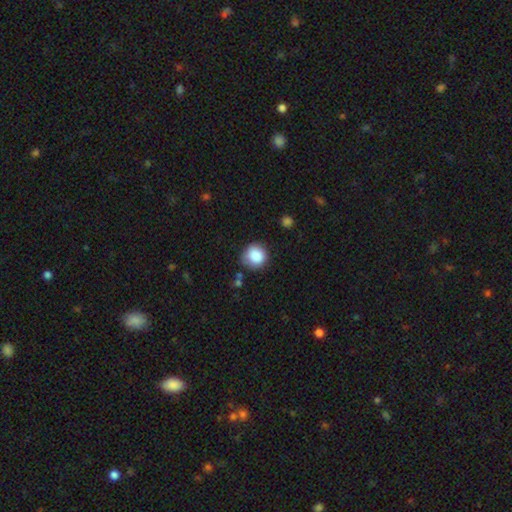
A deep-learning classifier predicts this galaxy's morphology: This appears to be a smooth galaxy with no disk features (87%) that is round (89%). Merging: none (73%).